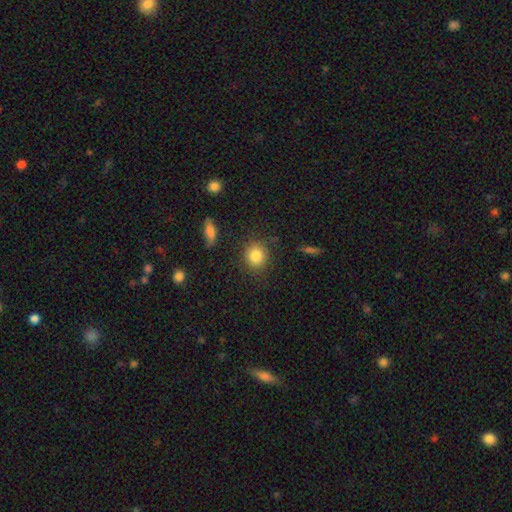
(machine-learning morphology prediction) type=smooth (84%); roundness=round (84%); merging=none (83%).